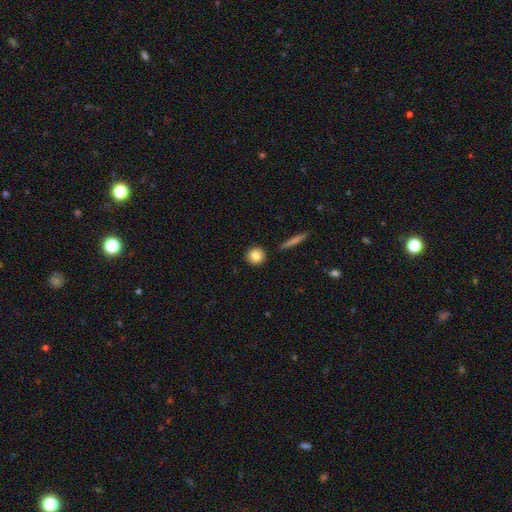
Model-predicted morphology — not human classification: smooth 83%, star or artifact 9%, featured or disk 9%. Down the decision tree: how rounded — round (89%); merging — none (89%).